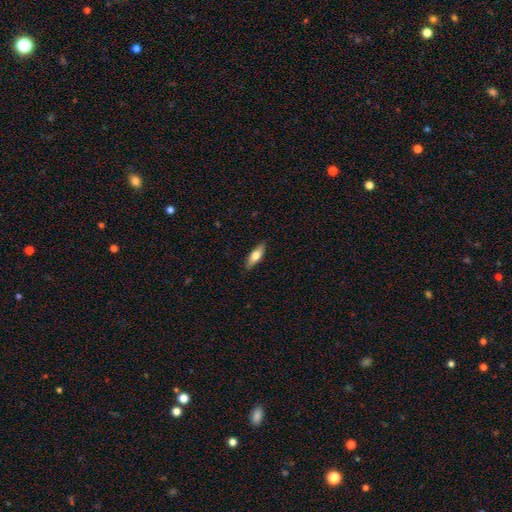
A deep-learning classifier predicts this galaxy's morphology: A smooth galaxy with no disk features (64%) that is in between round and cigar-shaped (60%). Merging: none (88%).